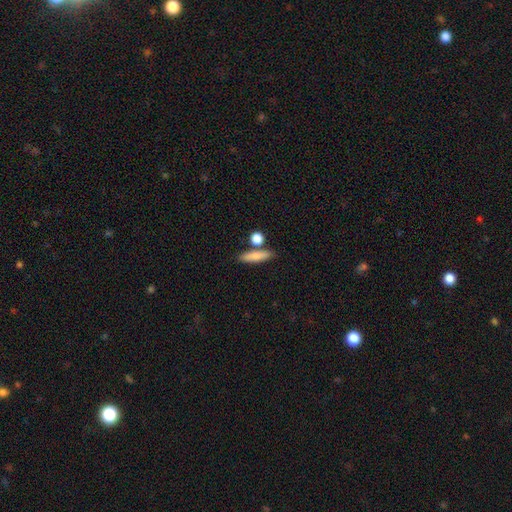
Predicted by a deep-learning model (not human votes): smooth-or-featured: smooth: 81% | featured or disk: 12% | star or artifact: 7%
  how-rounded: cigar-shaped: 60% | in between: 32% | round: 8%
  merging: none: 73% | merger: 13% | minor disturbance: 11% | major disturbance: 3%